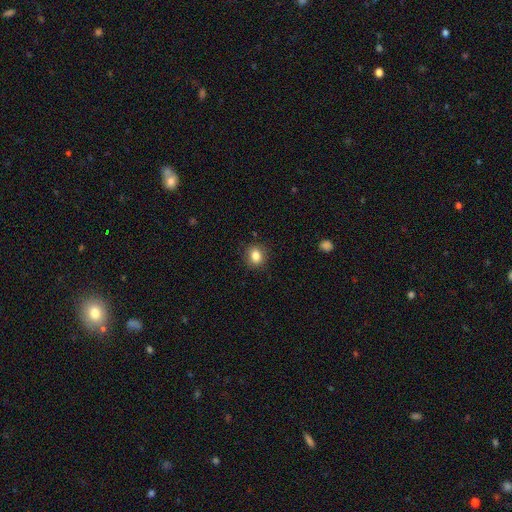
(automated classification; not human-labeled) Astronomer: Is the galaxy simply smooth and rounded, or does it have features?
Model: smooth — 84%.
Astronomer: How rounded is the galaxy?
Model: round — 61% (runner-up: in between, 38%).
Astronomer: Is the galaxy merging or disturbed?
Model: none — 87%.